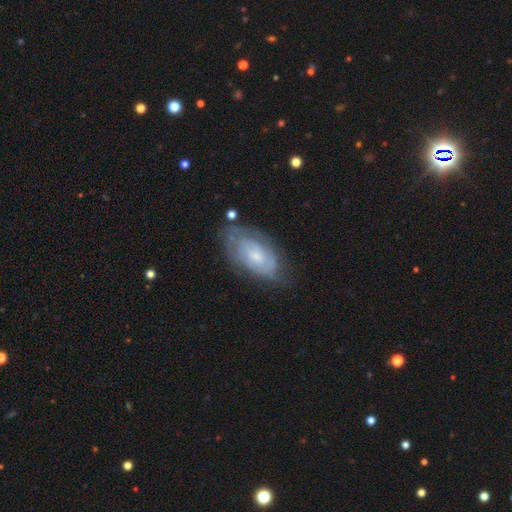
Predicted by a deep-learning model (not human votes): Smooth or featured: featured or disk — 65% (smooth — 28%)
Edge-on disk: no — 93% (yes — 7%)
Bar: no — 74% (weak — 23%)
Spiral arms: yes — 79% (no — 21%)
Bulge size: small — 59% (moderate — 33%)
Merging: none — 67% (minor disturbance — 22%)